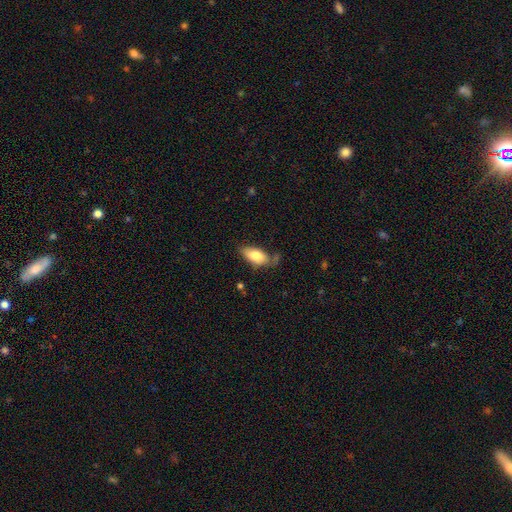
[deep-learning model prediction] Overall: smooth (78%). How rounded: in between (90%). Merging: none (59%; minor disturbance 26%).